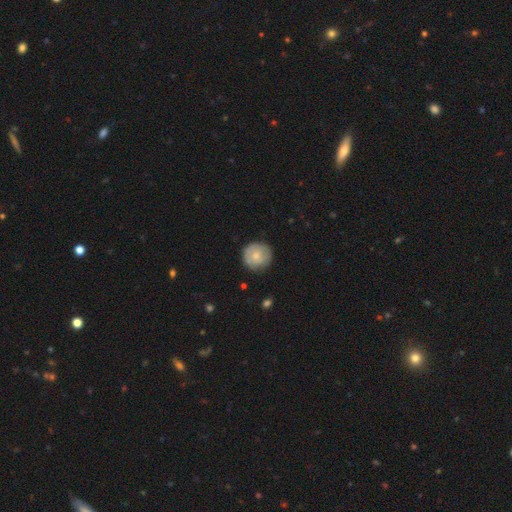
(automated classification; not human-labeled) A smooth galaxy with no disk features (60%) that is round (93%). Merging: none (82%).